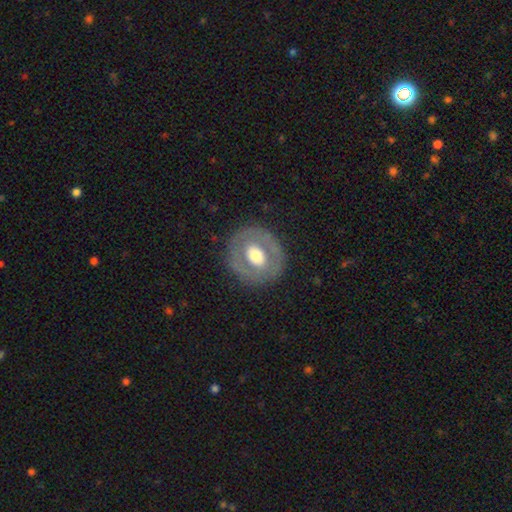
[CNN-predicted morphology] Overall: featured or disk (49%; smooth 45%). Merging: none (80%).